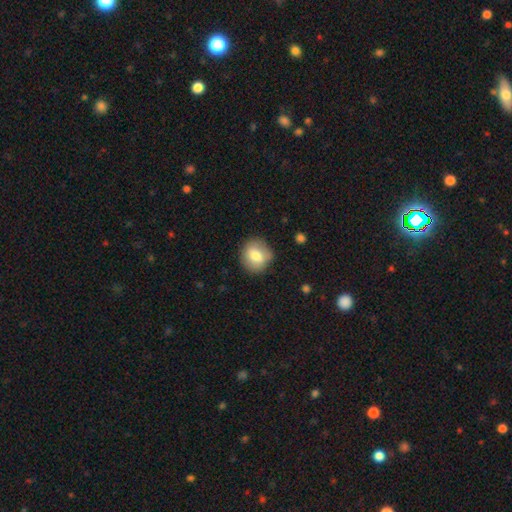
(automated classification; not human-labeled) smooth 75%, featured or disk 17%, star or artifact 8%. Down the decision tree: how rounded — round (83%); merging — none (82%).